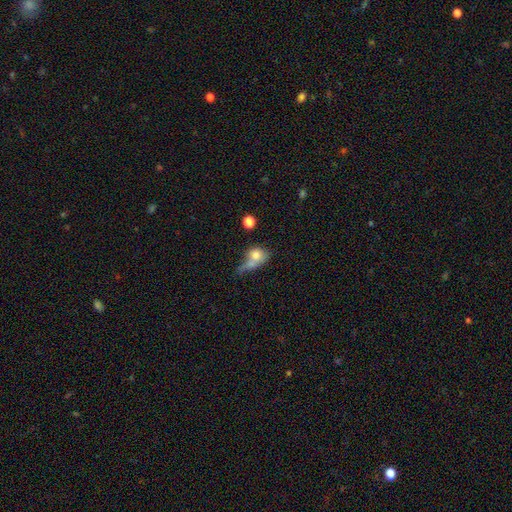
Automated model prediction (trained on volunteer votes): This appears to be a smooth galaxy with no disk features (69%) that is in between round and cigar-shaped (49%). Merging: merger (32%).